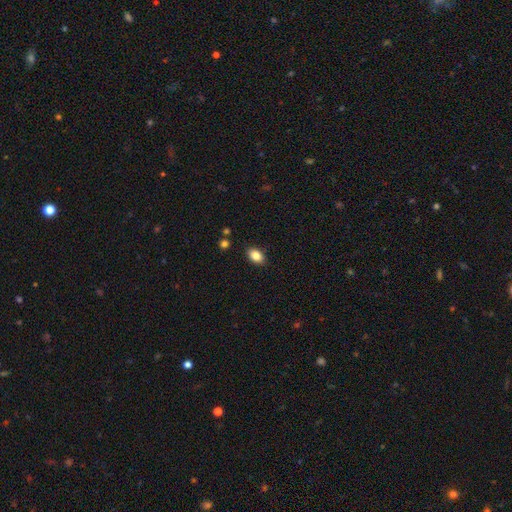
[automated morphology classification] smooth 85%, star or artifact 9%, featured or disk 6%. Down the decision tree: how rounded — in between (82%); merging — none (88%).